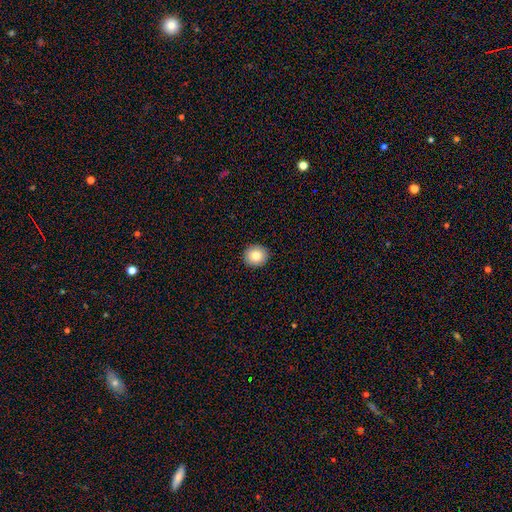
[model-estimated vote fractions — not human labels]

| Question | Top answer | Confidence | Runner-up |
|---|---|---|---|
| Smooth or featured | smooth | 83% | star or artifact (9%) |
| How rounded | round | 90% | in between (9%) |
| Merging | none | 92% | minor disturbance (5%) |